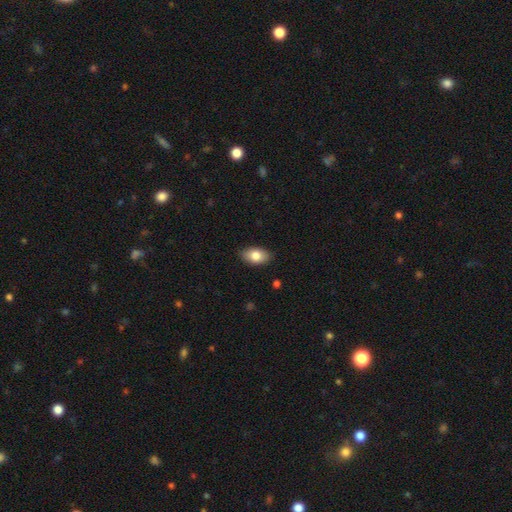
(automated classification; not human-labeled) Smooth or featured: smooth — 81% (featured or disk — 12%)
How rounded: in between — 91% (round — 7%)
Merging: none — 87% (minor disturbance — 10%)